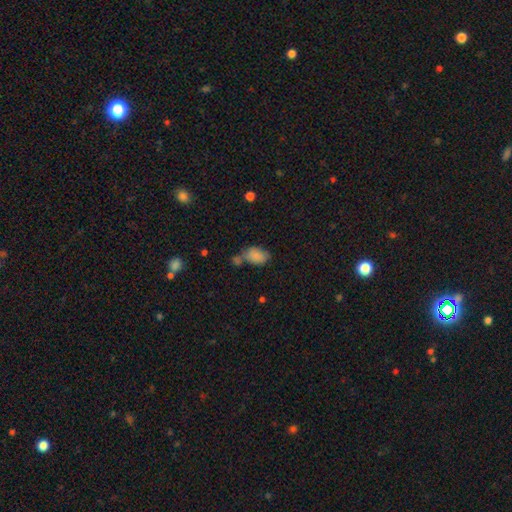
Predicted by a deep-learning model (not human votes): This appears to be a smooth galaxy with no disk features (82%) that is in between round and cigar-shaped (89%). Merging: none (45%).